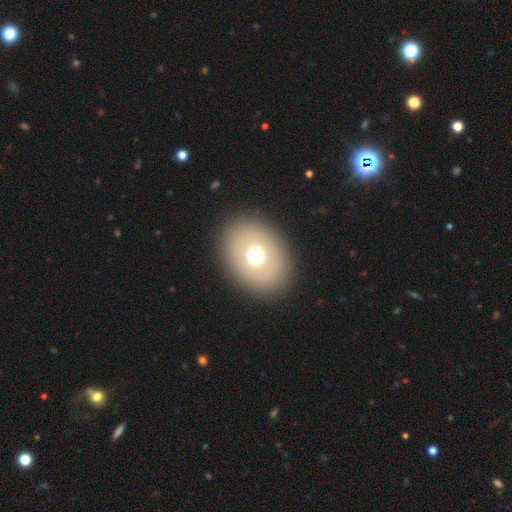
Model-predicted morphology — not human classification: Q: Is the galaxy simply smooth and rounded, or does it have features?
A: smooth — 64%.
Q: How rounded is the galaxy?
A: in between — 61%.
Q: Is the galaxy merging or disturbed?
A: none — 88%.